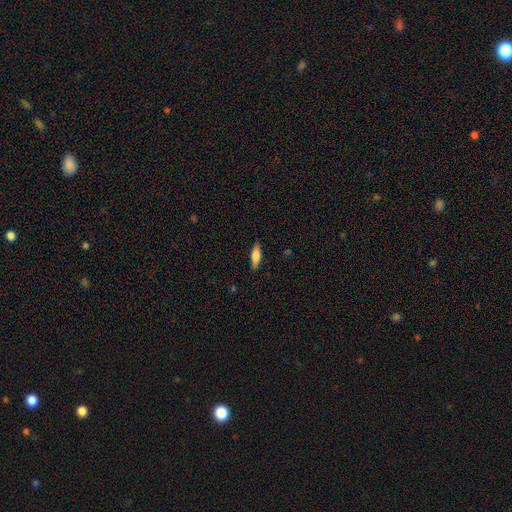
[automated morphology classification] Q: Smooth or featured?
A: smooth (75%); runner-up: featured or disk (19%)
Q: How rounded?
A: cigar-shaped (54%); runner-up: in between (44%)
Q: Merging?
A: none (87%); runner-up: minor disturbance (10%)